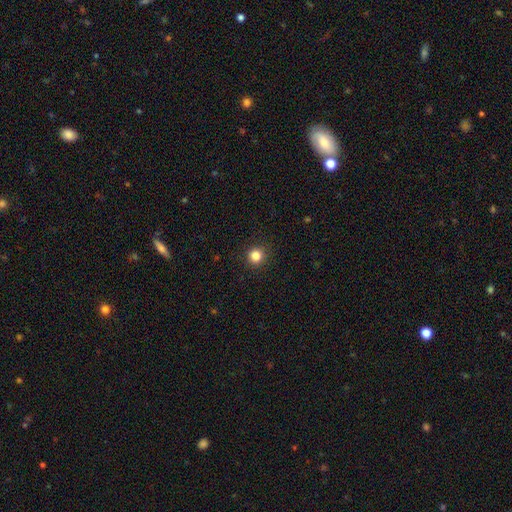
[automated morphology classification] This appears to be a smooth galaxy with no disk features (84%) that is round (93%). Merging: none (92%).